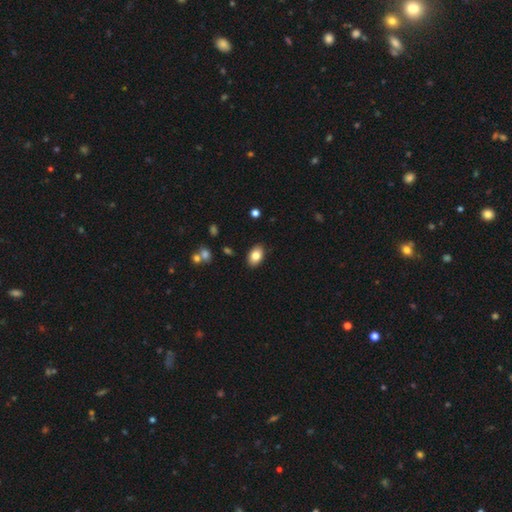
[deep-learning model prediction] The model was most divided on "smooth or featured": smooth: 82%, featured or disk: 10%, star or artifact: 8%. More confident: how rounded — in between (88%); merging — none (87%).